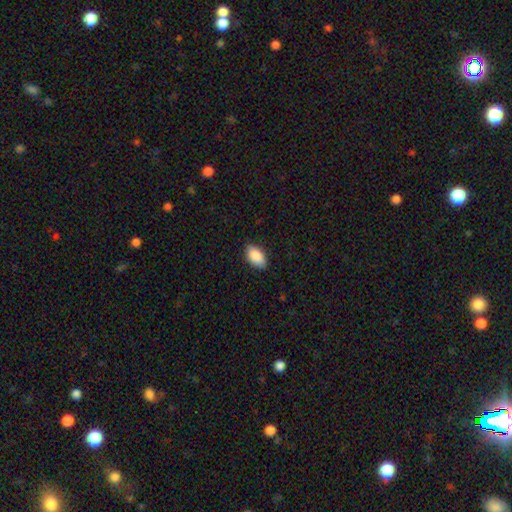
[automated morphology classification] Smooth or featured? smooth (88%)
How rounded? in between (93%)
Merging? none (85%)